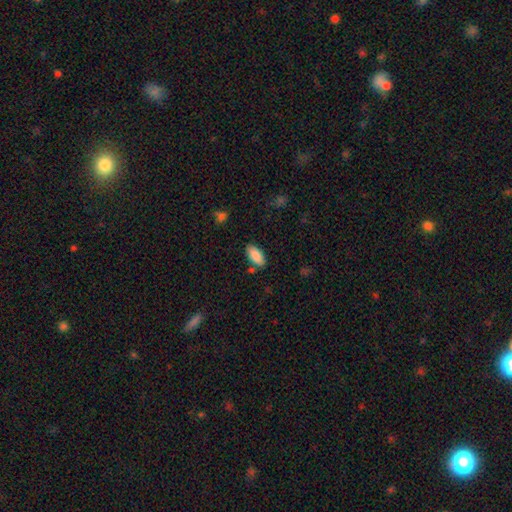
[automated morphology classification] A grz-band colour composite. It shows a smooth galaxy with no disk features (88%) that is in between round and cigar-shaped (90%). Merging: none (81%).